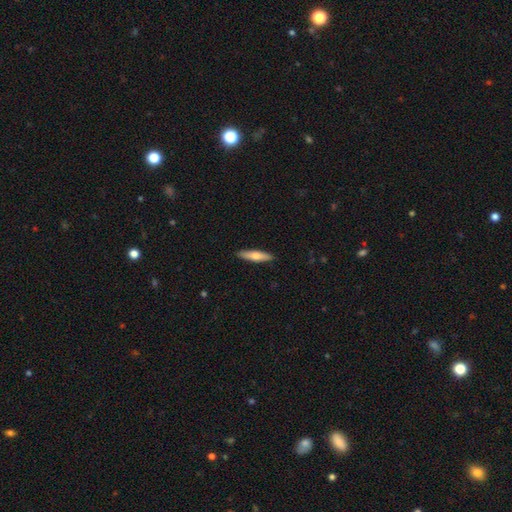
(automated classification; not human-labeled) A smooth galaxy with no disk features (63%) that is cigar-shaped (78%).

Vote fractions:
- Smooth or featured? smooth: 63% / featured or disk: 32% / star or artifact: 5%
- How rounded? cigar-shaped: 78% / in between: 21% / round: 2%
- Merging? none: 90% / minor disturbance: 7% / major disturbance: 1% / merger: 1%